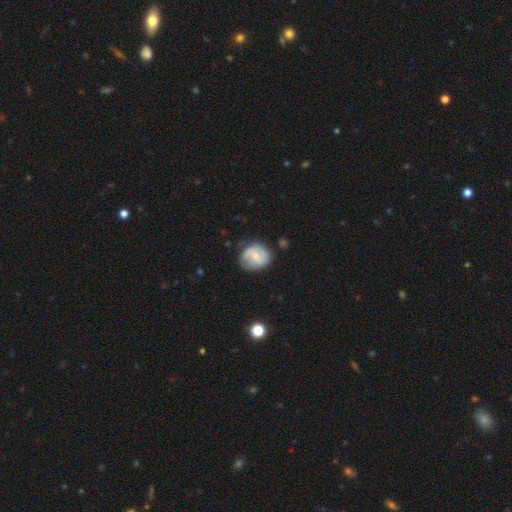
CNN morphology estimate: This appears to be a featured or disk galaxy (55%) with a weak bar (46%), spiral arms (78%) and a small central bulge (58%). Merging: none (65%).